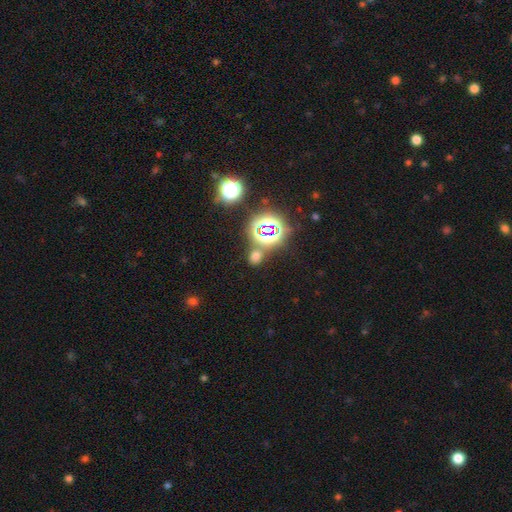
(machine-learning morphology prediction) Smooth or featured: smooth — 48% (star or artifact — 45%)
Merging: none — 71% (merger — 14%)